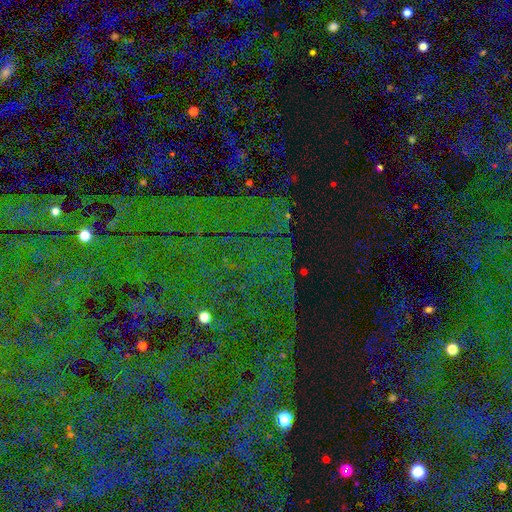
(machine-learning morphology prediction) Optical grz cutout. It shows a star or artifact, not a galaxy (83%).